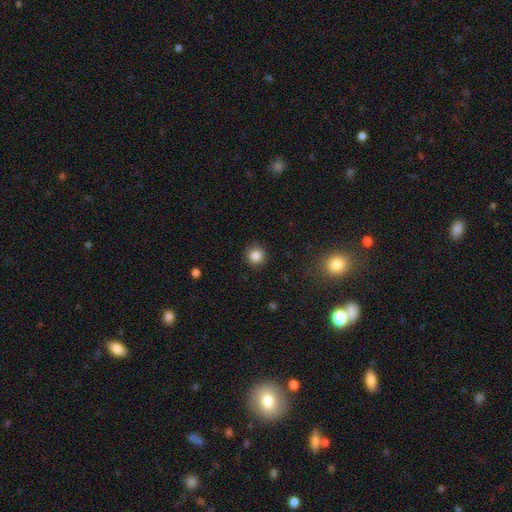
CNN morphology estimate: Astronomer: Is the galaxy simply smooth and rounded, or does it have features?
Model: smooth — 85%.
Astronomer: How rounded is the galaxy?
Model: round — 93%.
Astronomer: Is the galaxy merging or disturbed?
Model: none — 90%.